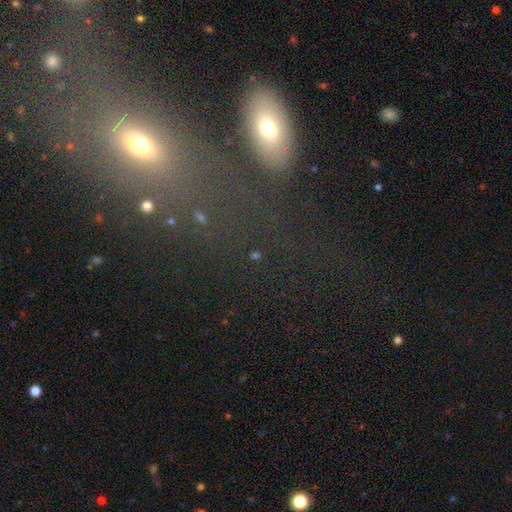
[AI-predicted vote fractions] Q: Smooth or featured?
A: star or artifact (63%); runner-up: smooth (24%)